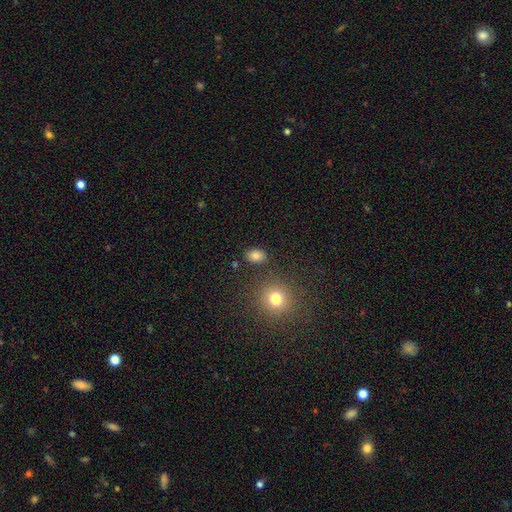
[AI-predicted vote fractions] The model was most divided on "how rounded": in between: 69%, round: 30%, cigar-shaped: 1%. More confident: merging — none (83%); smooth or featured — smooth (81%).